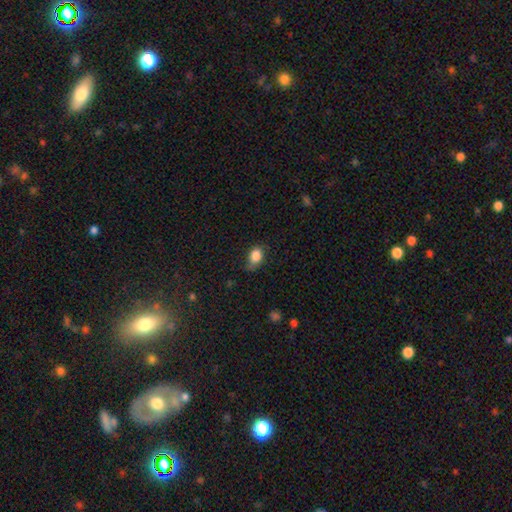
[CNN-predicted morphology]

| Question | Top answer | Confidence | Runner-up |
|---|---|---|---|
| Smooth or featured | smooth | 85% | star or artifact (9%) |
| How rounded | in between | 74% | round (24%) |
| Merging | none | 55% | minor disturbance (34%) |